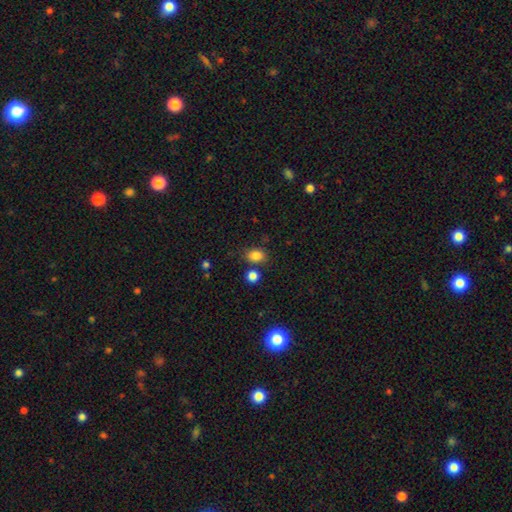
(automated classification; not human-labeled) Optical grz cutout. It shows a smooth galaxy with no disk features (83%) that is in between round and cigar-shaped (66%). Merging: none (73%).